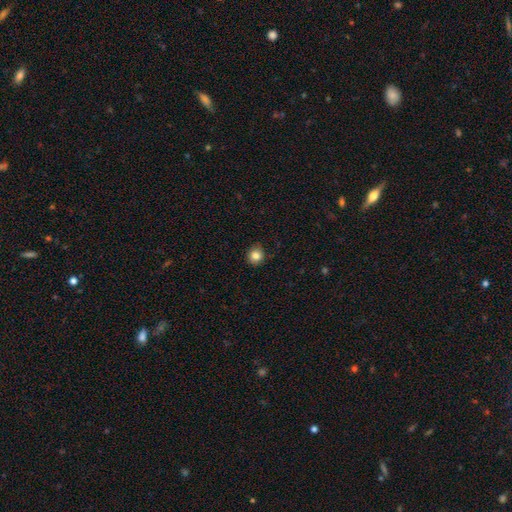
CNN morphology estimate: A smooth galaxy with no disk features (83%) that is round (87%). Merging: none (88%).